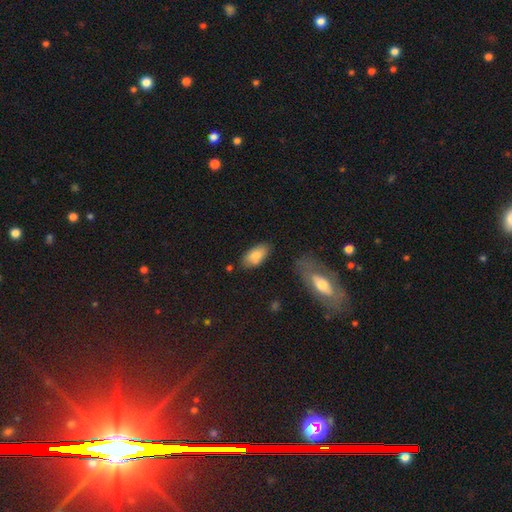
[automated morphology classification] smooth-or-featured: smooth: 82% | featured or disk: 11% | star or artifact: 7%
  how-rounded: in between: 92% | cigar-shaped: 5% | round: 3%
  merging: none: 75% | minor disturbance: 17% | merger: 4% | major disturbance: 4%